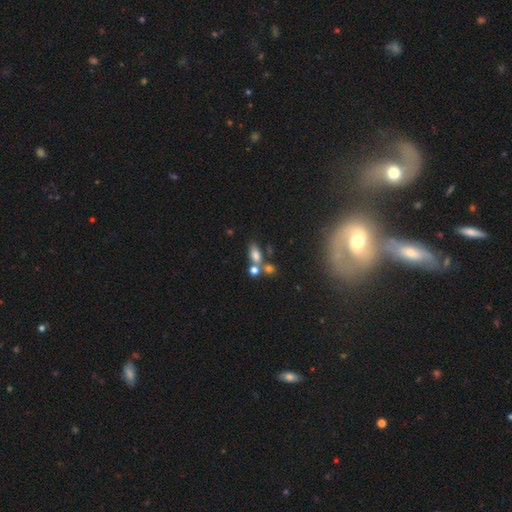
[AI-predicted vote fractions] smooth 73%, star or artifact 14%, featured or disk 13%. Down the decision tree: how rounded — in between (78%); merging — none (48%).